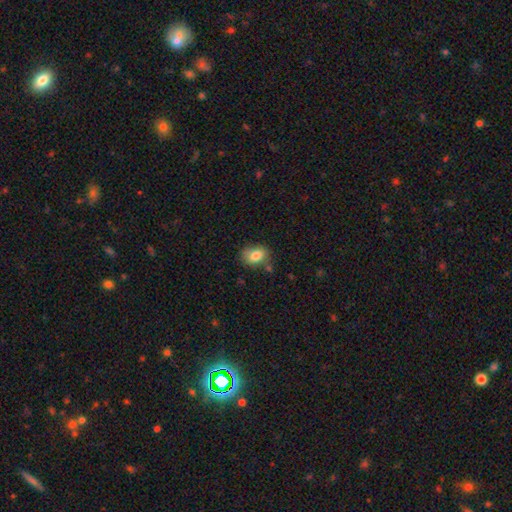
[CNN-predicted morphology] smooth_or_featured: smooth (p=0.82) [alt: featured or disk p=0.09]
how_rounded: in between (p=0.70) [alt: round p=0.29]
merging: none (p=0.70) [alt: minor disturbance p=0.19]